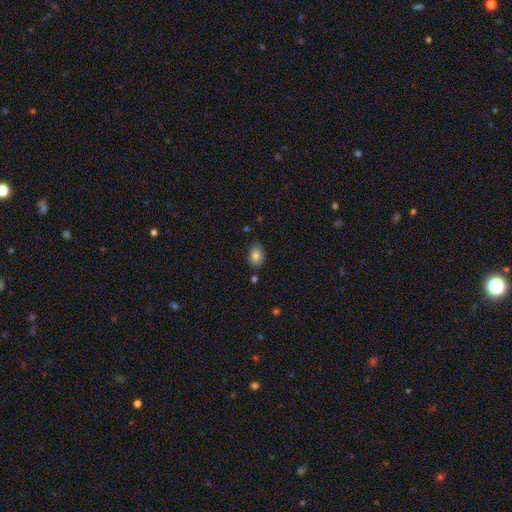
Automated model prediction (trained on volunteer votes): This is clearly a smooth galaxy (84%). How rounded: clearly in between (81%). Merging: likely none (80%).